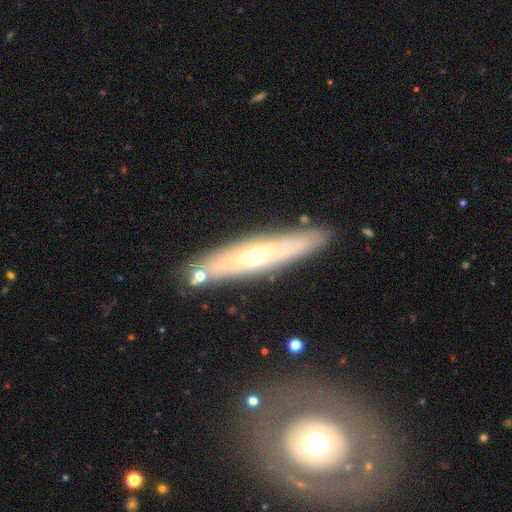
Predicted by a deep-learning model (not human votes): Smooth or featured: featured or disk — 62% (smooth — 31%)
Edge-on disk: yes — 60% (no — 40%)
Merging: none — 82% (minor disturbance — 11%)